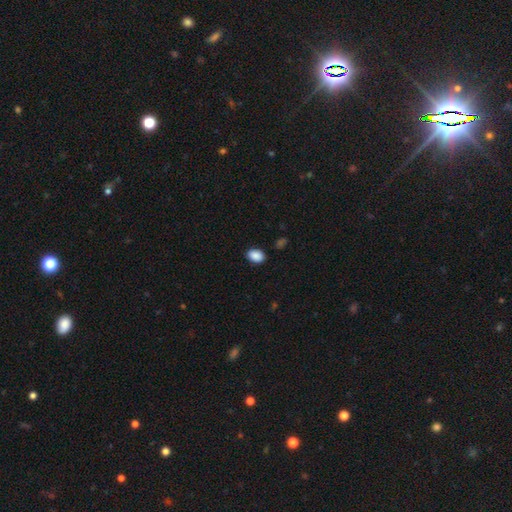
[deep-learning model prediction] Q: Smooth or featured?
A: smooth (89%); runner-up: star or artifact (8%)
Q: How rounded?
A: in between (81%); runner-up: round (18%)
Q: Merging?
A: none (87%); runner-up: minor disturbance (9%)